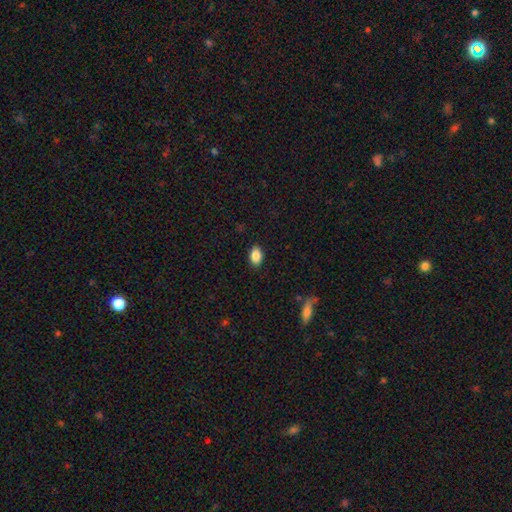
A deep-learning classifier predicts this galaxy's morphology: Smooth or featured? Predicted: smooth (p=0.88). How rounded? Predicted: in between (p=0.89). Merging? Predicted: none (p=0.88).